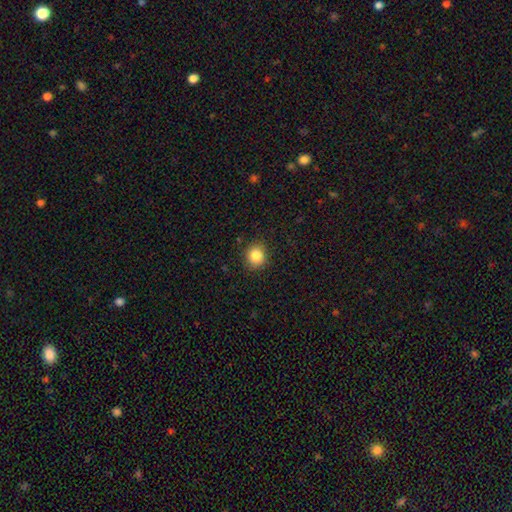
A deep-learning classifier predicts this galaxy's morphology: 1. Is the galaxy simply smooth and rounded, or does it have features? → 85% smooth, 10% star or artifact, 5% featured or disk.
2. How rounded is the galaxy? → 85% round, 14% in between, 1% cigar-shaped.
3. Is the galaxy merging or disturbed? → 89% none, 8% minor disturbance, 2% major disturbance, 1% merger.